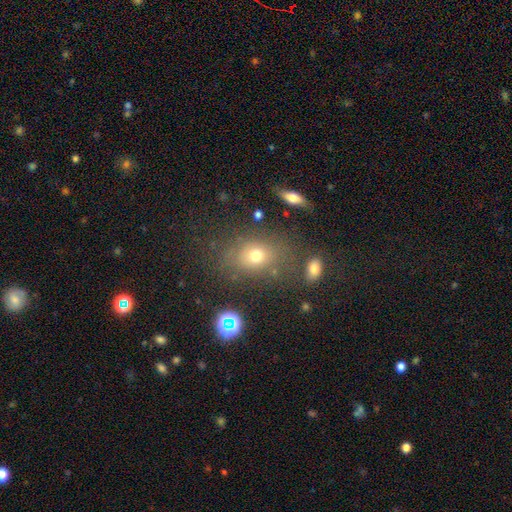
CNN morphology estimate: A smooth galaxy with no disk features (68%) that is in between round and cigar-shaped (61%). Merging: none (72%).